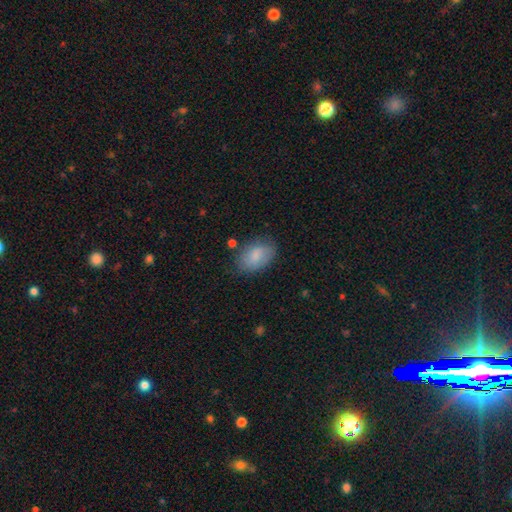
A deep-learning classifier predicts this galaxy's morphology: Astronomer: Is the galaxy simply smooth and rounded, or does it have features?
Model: smooth — 81%.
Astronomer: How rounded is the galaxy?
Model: in between — 90%.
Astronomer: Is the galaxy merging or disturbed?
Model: none — 74%.